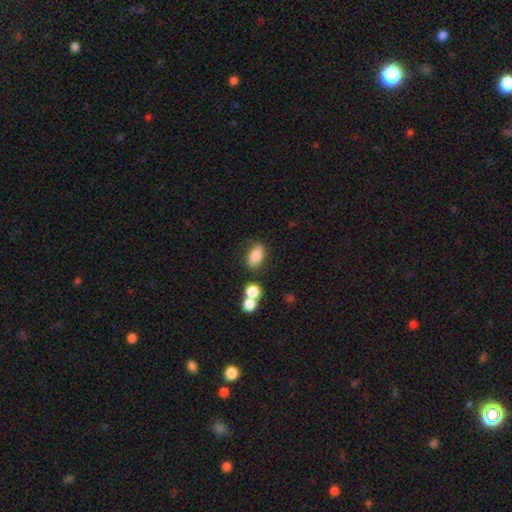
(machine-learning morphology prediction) A smooth galaxy with no disk features (79%) that is in between round and cigar-shaped (86%). Merging: none (60%).